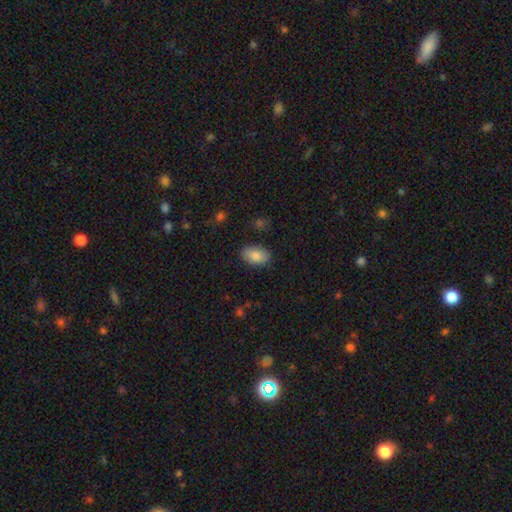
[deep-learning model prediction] This appears to be a smooth galaxy with no disk features (87%) that is in between round and cigar-shaped (92%). Merging: none (86%).